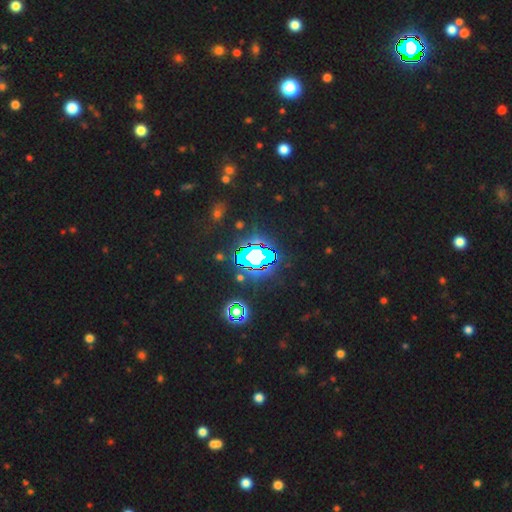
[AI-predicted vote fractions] This is likely a star or artifact rather than a galaxy (70%).